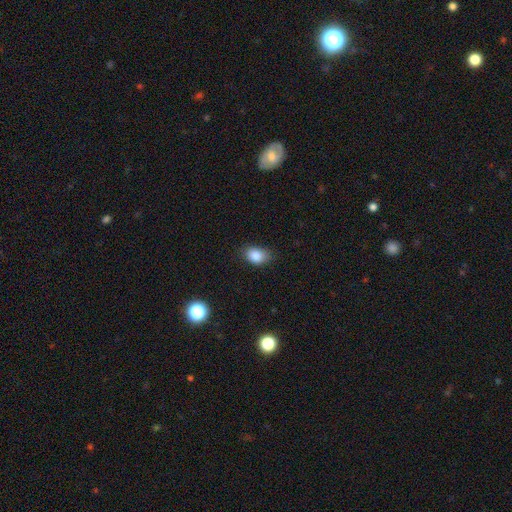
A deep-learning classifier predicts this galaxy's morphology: Overall: smooth (86%). How rounded: in between (81%). Merging: none (72%).